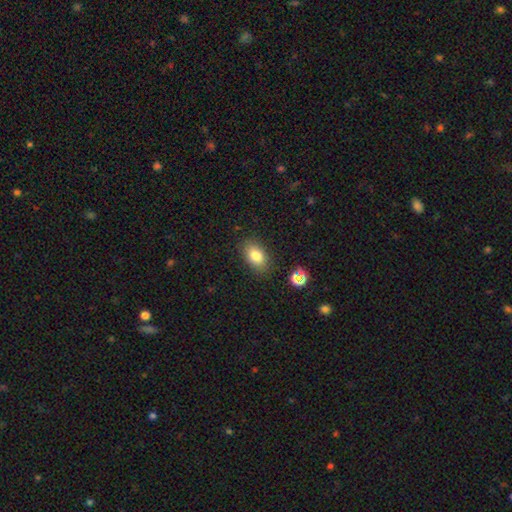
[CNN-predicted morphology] Q: Smooth or featured?
A: smooth (81%); runner-up: star or artifact (10%)
Q: How rounded?
A: in between (85%); runner-up: round (13%)
Q: Merging?
A: none (85%); runner-up: minor disturbance (10%)